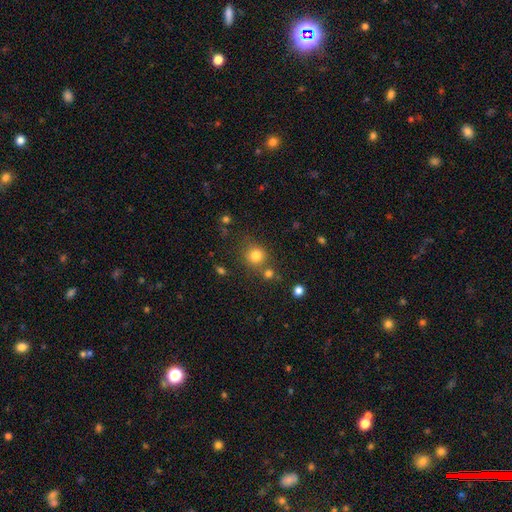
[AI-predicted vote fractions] smooth 80%, star or artifact 13%, featured or disk 7%. Down the decision tree: how rounded — round (87%); merging — none (70%).